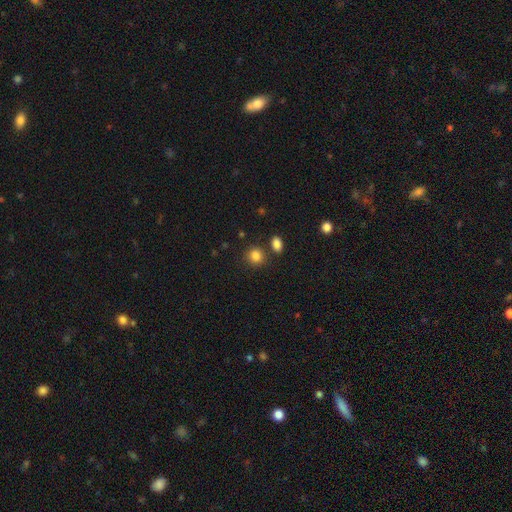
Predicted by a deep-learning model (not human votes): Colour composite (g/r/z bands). It shows a smooth galaxy with no disk features (84%) that is round (81%). Merging: none (79%).